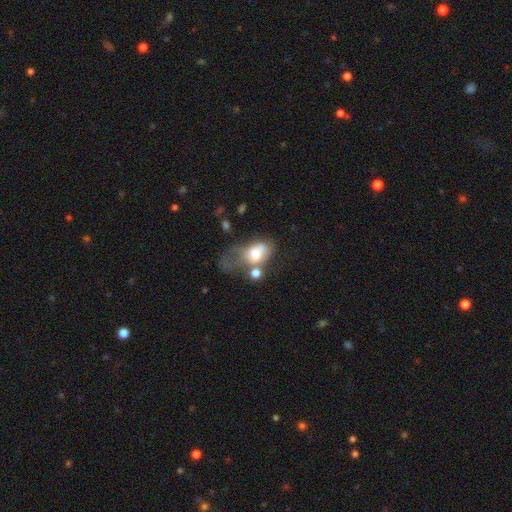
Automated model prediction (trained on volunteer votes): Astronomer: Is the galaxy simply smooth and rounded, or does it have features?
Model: smooth — 62%.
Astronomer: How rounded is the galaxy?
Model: in between — 81%.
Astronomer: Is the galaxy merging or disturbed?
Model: major disturbance — 44% (runner-up: merger, 29%).